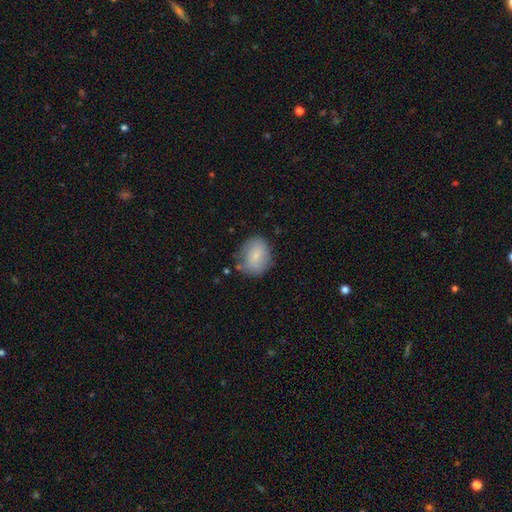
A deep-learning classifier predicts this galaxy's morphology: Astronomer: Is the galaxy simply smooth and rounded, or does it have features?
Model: smooth — 79%.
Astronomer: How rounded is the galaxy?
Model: round — 50% (runner-up: in between, 49%).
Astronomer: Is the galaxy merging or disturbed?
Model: none — 69%.